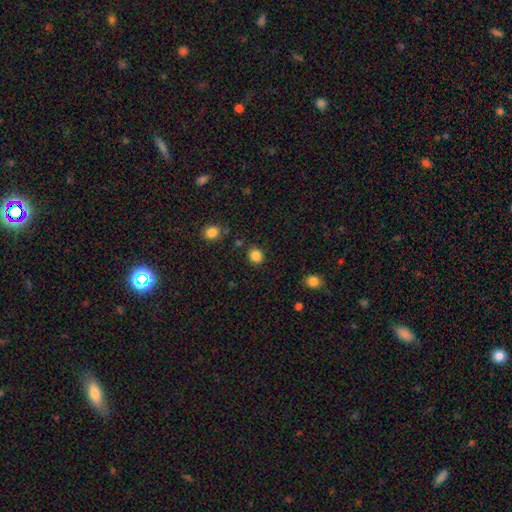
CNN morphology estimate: smooth_or_featured: smooth (p=0.86) [alt: star or artifact p=0.11]
how_rounded: round (p=0.78) [alt: in between p=0.21]
merging: none (p=0.87) [alt: minor disturbance p=0.08]